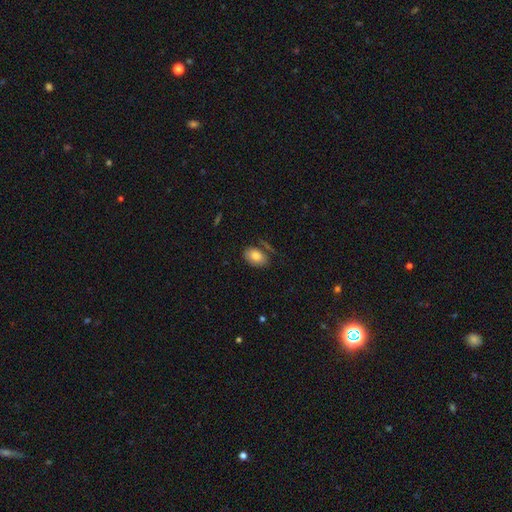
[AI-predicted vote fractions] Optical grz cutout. It shows a smooth galaxy with no disk features (79%) that is in between round and cigar-shaped (87%). Merging: none (66%).